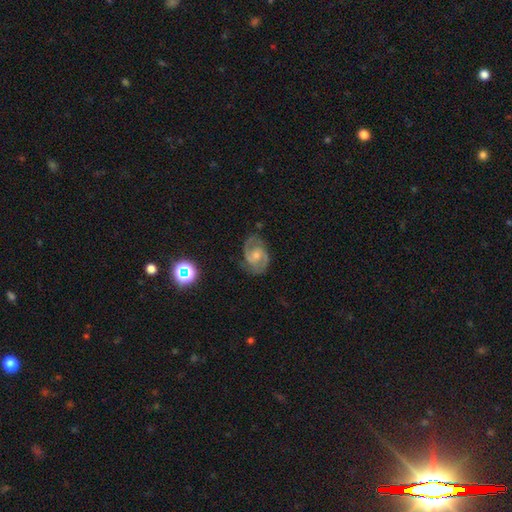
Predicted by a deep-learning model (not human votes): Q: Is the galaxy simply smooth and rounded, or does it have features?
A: featured or disk — 86%.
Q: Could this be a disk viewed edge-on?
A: no — 98%.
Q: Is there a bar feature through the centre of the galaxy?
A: no — 53%.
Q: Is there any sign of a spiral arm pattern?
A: yes — 97%.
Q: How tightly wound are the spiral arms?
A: medium — 56%.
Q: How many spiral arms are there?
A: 2 — 90%.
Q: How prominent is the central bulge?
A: small — 51%.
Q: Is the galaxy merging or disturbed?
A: none — 76%.